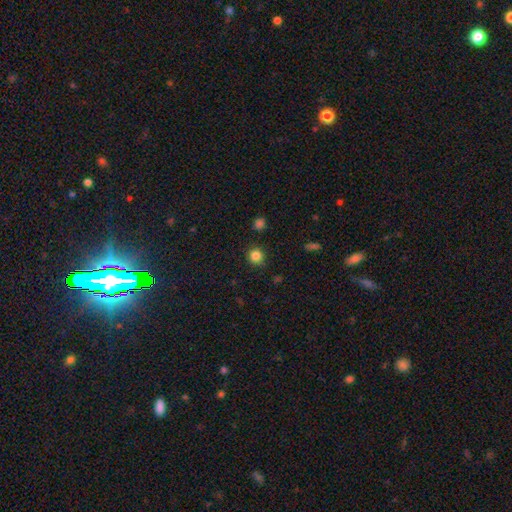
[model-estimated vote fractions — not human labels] Smooth or featured?
  - smooth: 84% *
  - star or artifact: 12%
  - featured or disk: 4%
How rounded?
  - round: 91% *
  - in between: 8%
  - cigar-shaped: 1%
Merging?
  - none: 88% *
  - minor disturbance: 8%
  - major disturbance: 2%
  - merger: 2%